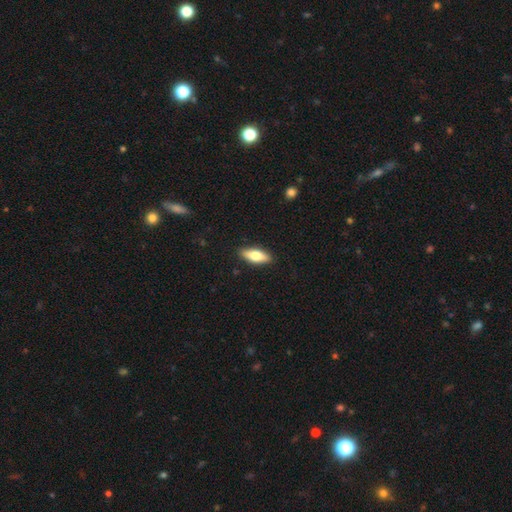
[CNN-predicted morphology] This is likely a smooth galaxy (67%). How rounded: likely in between (71%). Merging: clearly none (89%).